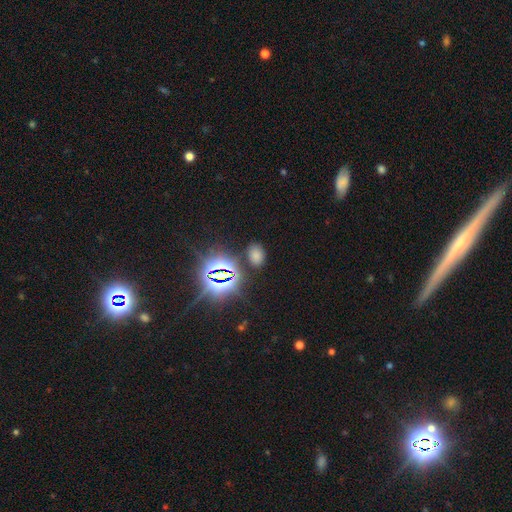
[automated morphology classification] Smooth or featured?
  - smooth: 59% *
  - star or artifact: 35%
  - featured or disk: 6%
How rounded?
  - in between: 84% *
  - round: 14%
  - cigar-shaped: 2%
Merging?
  - none: 82% *
  - minor disturbance: 10%
  - merger: 4%
  - major disturbance: 4%